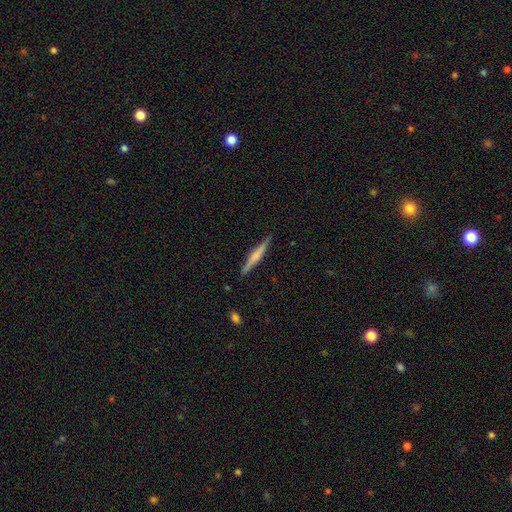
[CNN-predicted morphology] smooth-or-featured: smooth: 50% | featured or disk: 45% | star or artifact: 6%
  merging: none: 89% | minor disturbance: 8% | major disturbance: 2% | merger: 1%